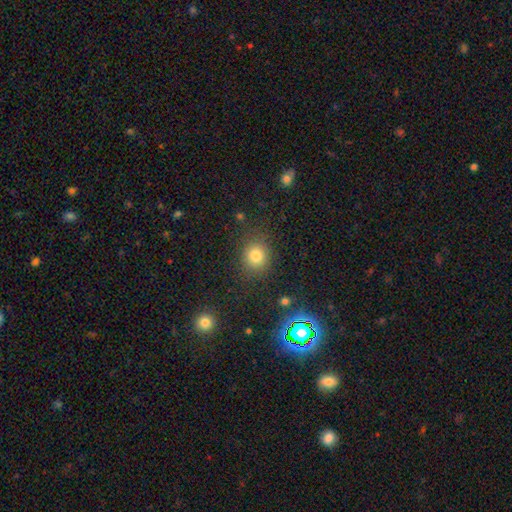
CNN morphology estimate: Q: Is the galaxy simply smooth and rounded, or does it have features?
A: smooth — 79%.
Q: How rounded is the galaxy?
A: round — 78%.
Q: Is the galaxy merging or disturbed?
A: none — 82%.